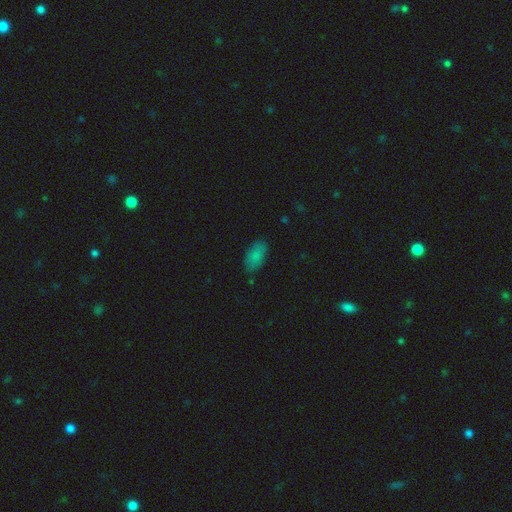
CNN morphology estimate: This is clearly a smooth galaxy (83%). How rounded: clearly in between (93%). Merging: clearly none (81%).